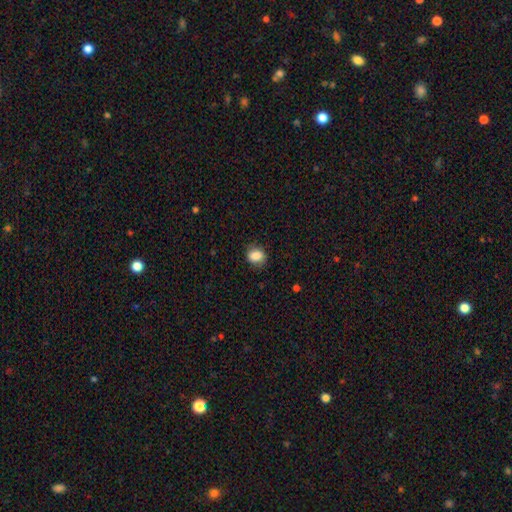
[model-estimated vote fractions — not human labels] A smooth galaxy with no disk features (85%) that is round (50%). Merging: none (80%).